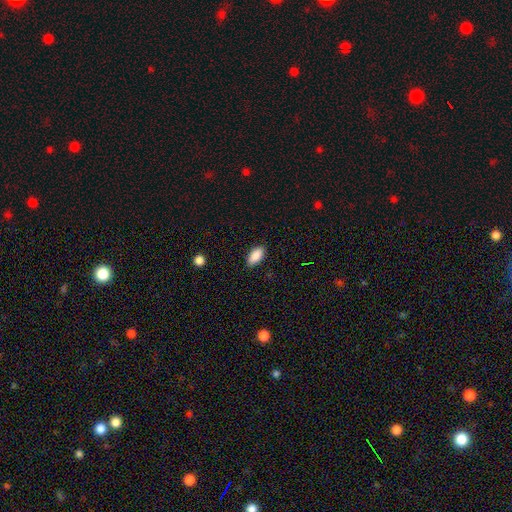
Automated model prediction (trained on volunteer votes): Q: Smooth or featured?
A: smooth (89%); runner-up: star or artifact (7%)
Q: How rounded?
A: in between (91%); runner-up: cigar-shaped (7%)
Q: Merging?
A: none (88%); runner-up: minor disturbance (9%)